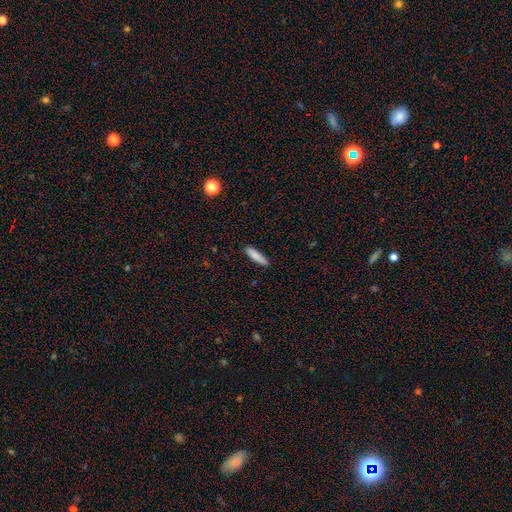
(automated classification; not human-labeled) Morphology: type=smooth (83%); roundness=cigar-shaped (81%); merging=none (88%).